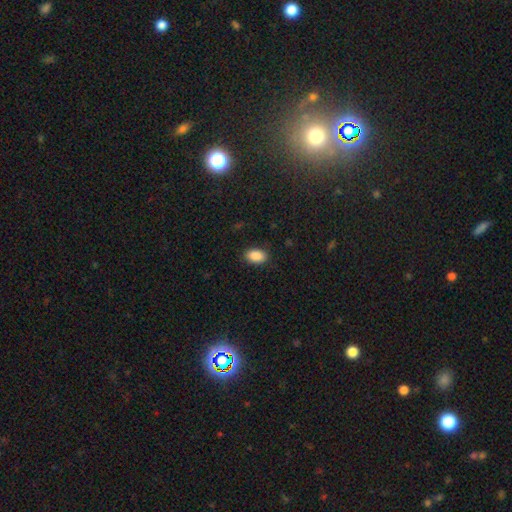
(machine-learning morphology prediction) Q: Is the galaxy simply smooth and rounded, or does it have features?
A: smooth — 89%.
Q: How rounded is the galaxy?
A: in between — 89%.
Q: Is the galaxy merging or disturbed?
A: none — 88%.